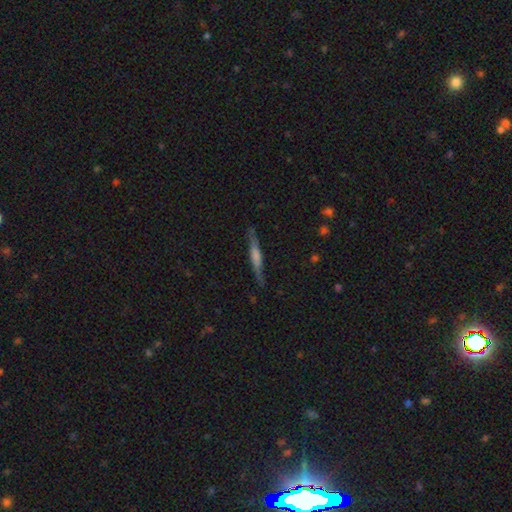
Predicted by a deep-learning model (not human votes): A featured or disk galaxy (54%) viewed edge-on (94%) with a rounded central bulge (34%). Merging: none (83%).